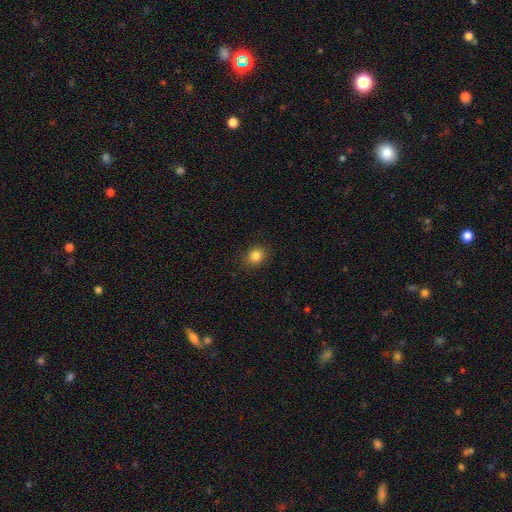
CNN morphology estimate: smooth 84%, star or artifact 11%, featured or disk 5%. Down the decision tree: how rounded — round (72%); merging — none (89%).